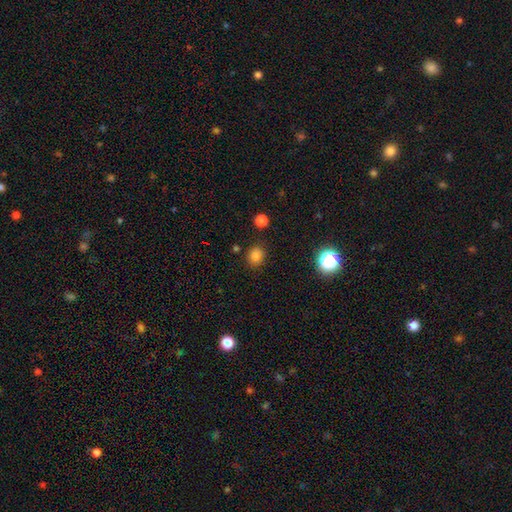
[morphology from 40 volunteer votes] Smooth or featured?
  - smooth: 88% *
  - star or artifact: 12%
  - featured or disk: 0%
How rounded?
  - round: 74% *
  - in between: 26%
  - cigar-shaped: 0%
Merging?
  - none: 80% *
  - merger: 11%
  - minor disturbance: 6%
  - major disturbance: 3%